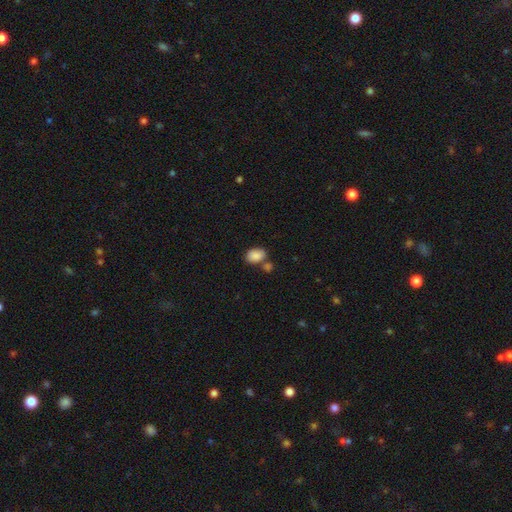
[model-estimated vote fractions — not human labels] Q: Smooth or featured?
A: smooth (87%); runner-up: star or artifact (8%)
Q: How rounded?
A: in between (80%); runner-up: round (19%)
Q: Merging?
A: none (58%); runner-up: merger (25%)